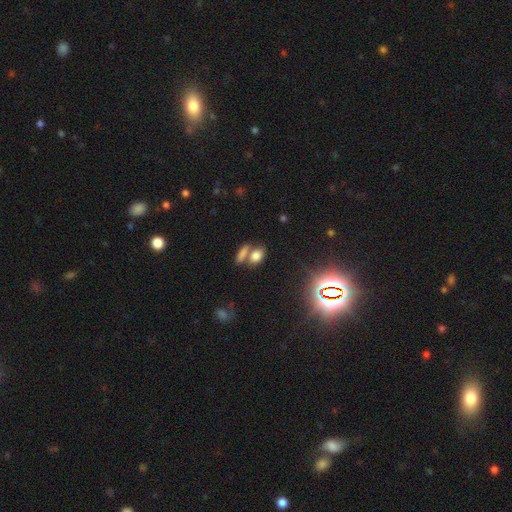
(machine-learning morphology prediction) A smooth galaxy with no disk features (73%) that is in between round and cigar-shaped (81%). Merging: none (46%).